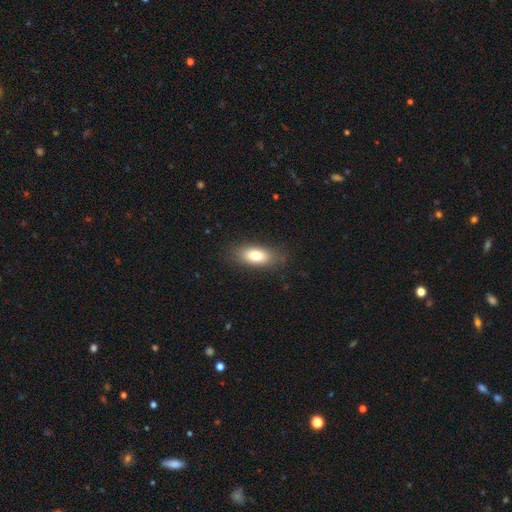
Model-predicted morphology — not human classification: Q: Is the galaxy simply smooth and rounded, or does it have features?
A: smooth — 80%.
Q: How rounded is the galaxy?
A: in between — 83%.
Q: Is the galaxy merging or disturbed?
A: none — 83%.